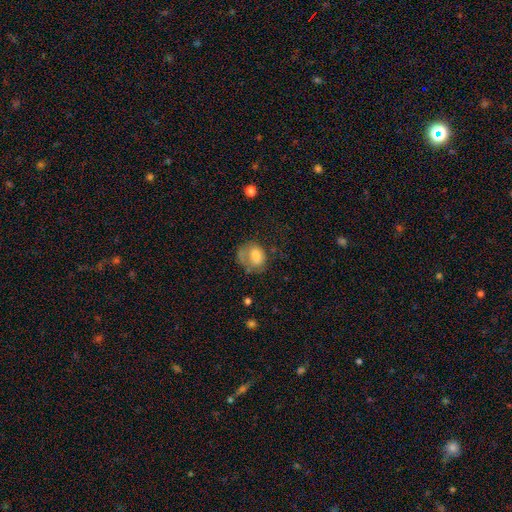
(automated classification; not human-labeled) Smooth or featured: smooth — 67% (featured or disk — 23%)
How rounded: in between — 54% (round — 45%)
Merging: none — 35% (major disturbance — 33%)